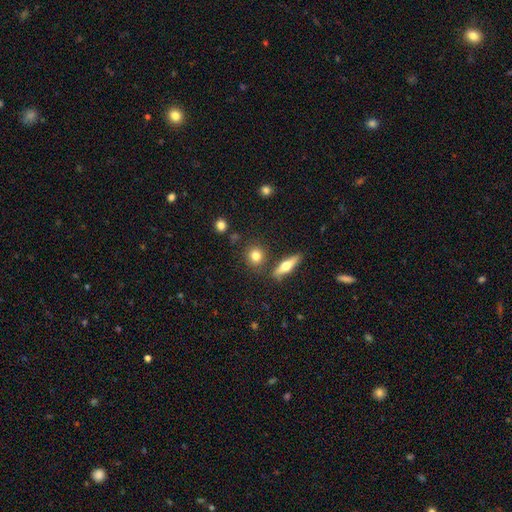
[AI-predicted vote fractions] The model was most divided on "how rounded": round: 78%, in between: 17%, cigar-shaped: 4%. More confident: merging — none (81%); smooth or featured — smooth (79%).